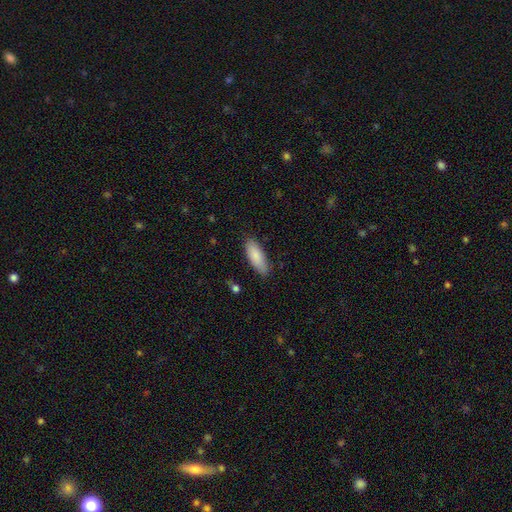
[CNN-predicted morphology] A smooth galaxy with no disk features (87%) that is in between round and cigar-shaped (69%). Merging: none (83%).